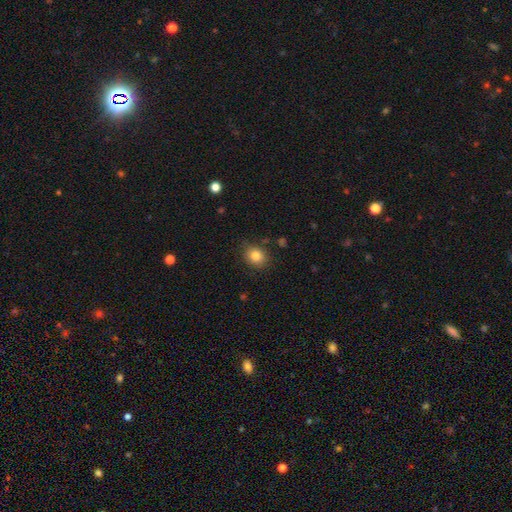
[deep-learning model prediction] smooth_or_featured: smooth (p=0.83) [alt: star or artifact p=0.10]
how_rounded: round (p=0.64) [alt: in between p=0.35]
merging: none (p=0.82) [alt: minor disturbance p=0.13]